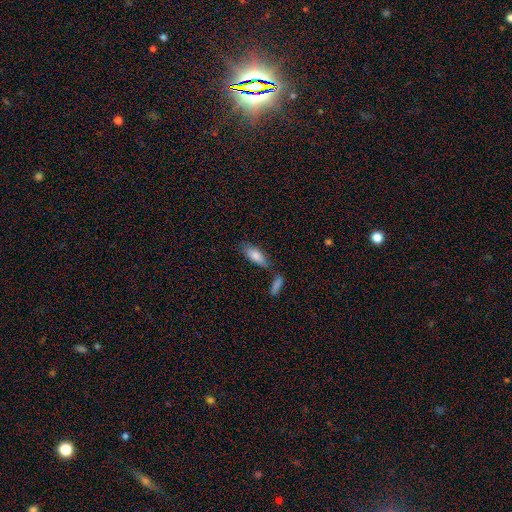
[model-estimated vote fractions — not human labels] Morphology: type=smooth (82%); roundness=in between (73%); merging=none (63%).